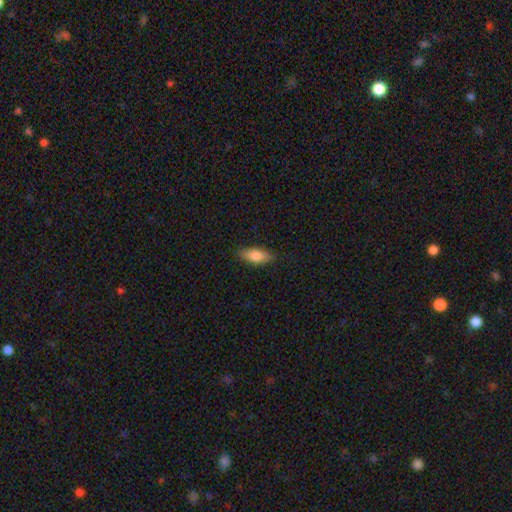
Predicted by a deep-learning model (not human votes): Smooth or featured? Predicted: smooth (p=0.79). How rounded? Predicted: in between (p=0.75). Merging? Predicted: none (p=0.86).